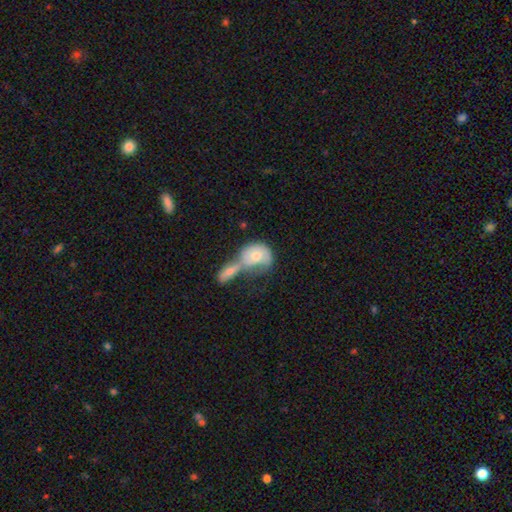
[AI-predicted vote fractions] The model was most divided on "how rounded": round: 49%, in between: 48%, cigar-shaped: 3%. More confident: merging — merger (70%); smooth or featured — smooth (59%).